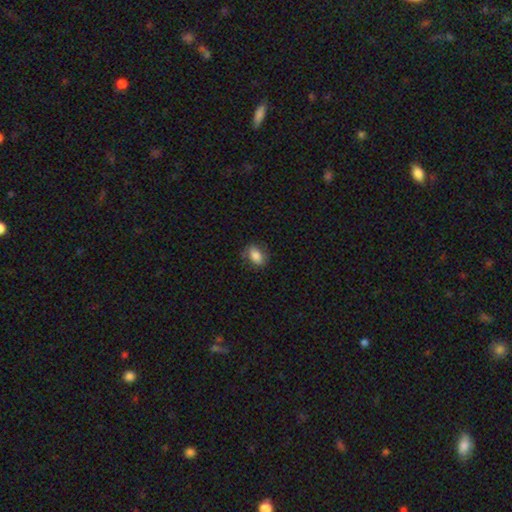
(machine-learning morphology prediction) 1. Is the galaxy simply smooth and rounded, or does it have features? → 77% smooth, 14% featured or disk, 8% star or artifact.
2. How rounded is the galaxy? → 81% in between, 16% round, 2% cigar-shaped.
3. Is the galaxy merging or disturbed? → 74% none, 19% minor disturbance, 6% major disturbance, 1% merger.